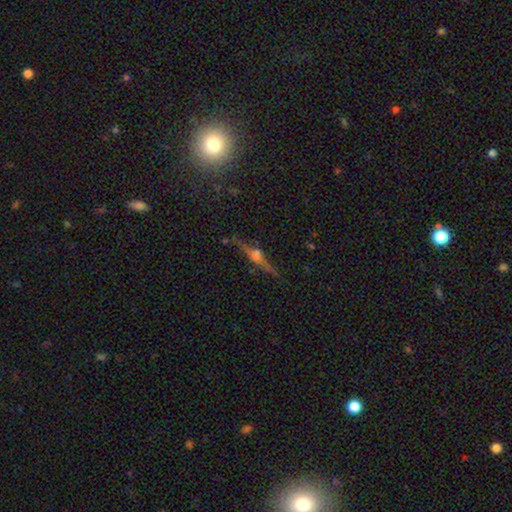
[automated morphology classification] type=featured or disk (68%); edge-on=yes (94%); edge-on bulge=rounded (81%); merging=none (82%).